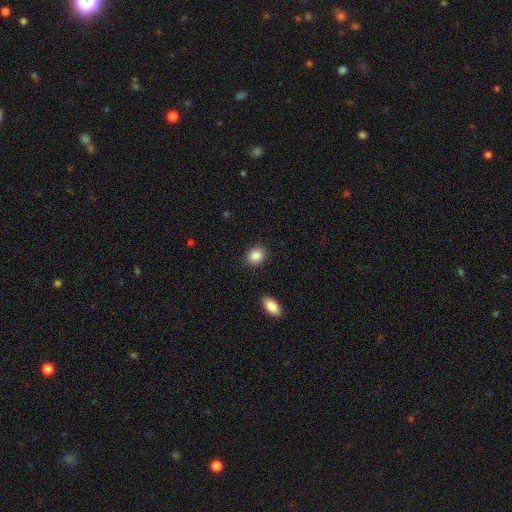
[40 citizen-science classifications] This appears to be a smooth galaxy with no disk features (92%) that is round (49%, tied with in between). Merging: none (87%).